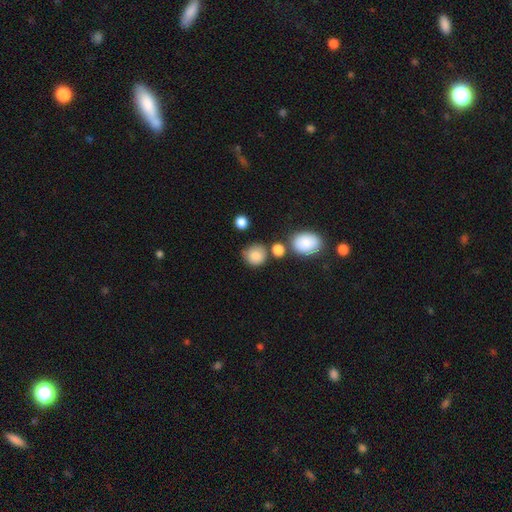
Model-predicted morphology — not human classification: Smooth or featured? Predicted: smooth (p=0.84). How rounded? Predicted: round (p=0.84). Merging? Predicted: none (p=0.70).